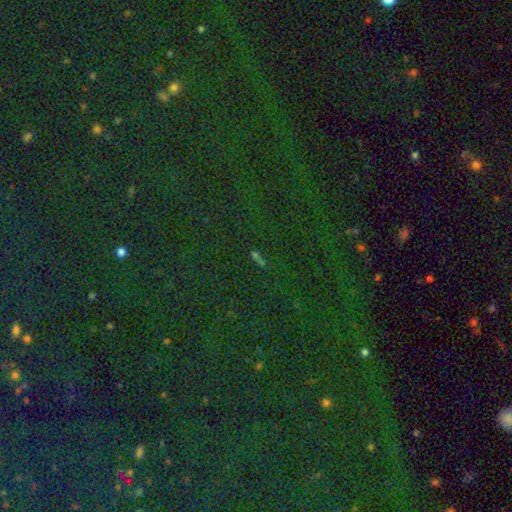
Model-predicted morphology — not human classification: Smooth or featured? Predicted: star or artifact (p=0.69).